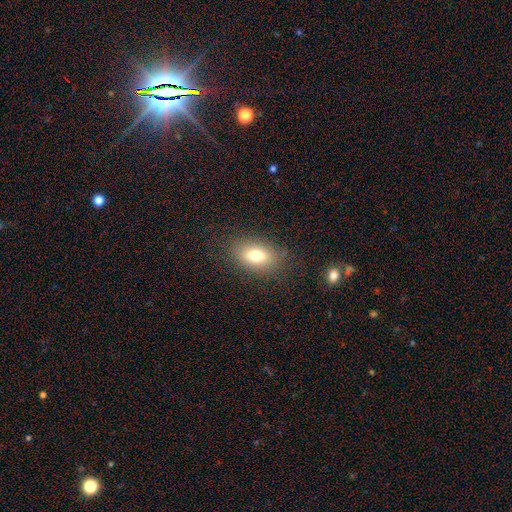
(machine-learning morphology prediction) Smooth or featured? smooth (74%)
How rounded? in between (83%)
Merging? none (82%)